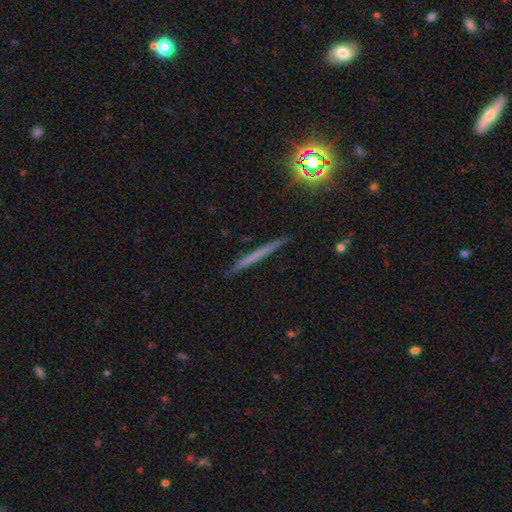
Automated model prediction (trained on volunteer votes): Smooth or featured? smooth (46%)
Merging? none (91%)